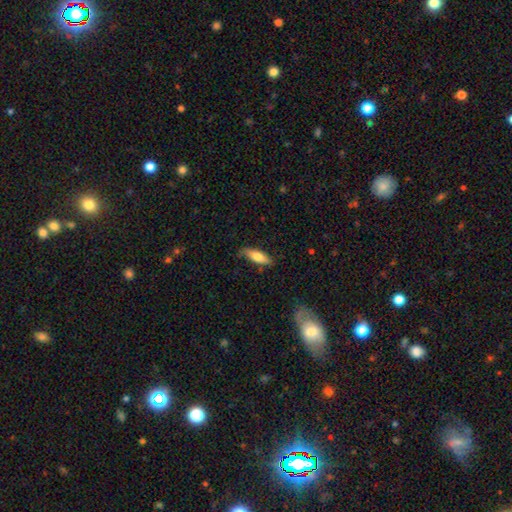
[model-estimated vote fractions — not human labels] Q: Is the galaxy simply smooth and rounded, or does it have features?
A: smooth — 75%.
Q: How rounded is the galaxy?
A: in between — 58%.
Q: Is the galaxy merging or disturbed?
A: none — 77%.